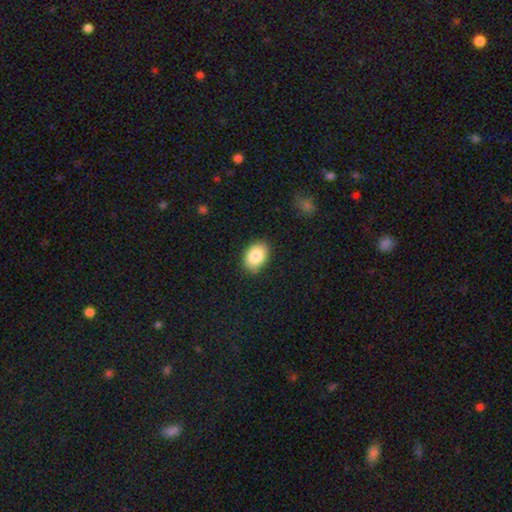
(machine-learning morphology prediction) Smooth or featured? Predicted: smooth (p=0.85). How rounded? Predicted: in between (p=0.81). Merging? Predicted: none (p=0.86).